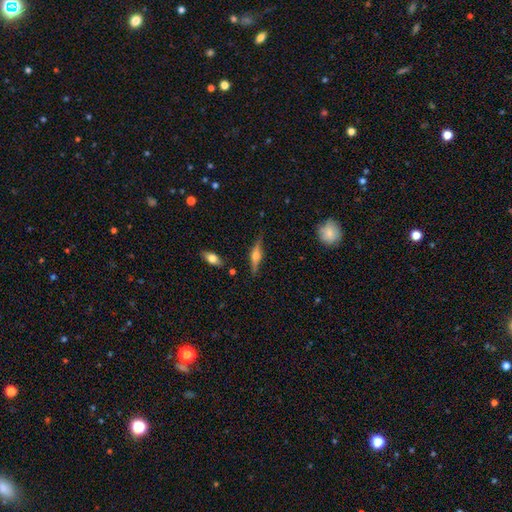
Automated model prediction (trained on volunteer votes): Smooth or featured?
  - featured or disk: 67% *
  - smooth: 26%
  - star or artifact: 7%
Edge-on disk?
  - yes: 96% *
  - no: 4%
Edge-on bulge?
  - rounded: 87% *
  - boxy: 10%
  - none: 3%
Merging?
  - none: 83% *
  - minor disturbance: 12%
  - major disturbance: 3%
  - merger: 2%